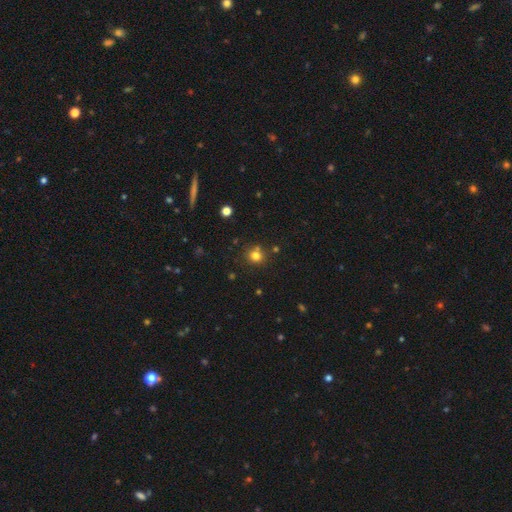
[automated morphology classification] smooth-or-featured: smooth: 77% | star or artifact: 17% | featured or disk: 7%
  how-rounded: round: 87% | in between: 12% | cigar-shaped: 1%
  merging: none: 74% | merger: 13% | minor disturbance: 10% | major disturbance: 3%